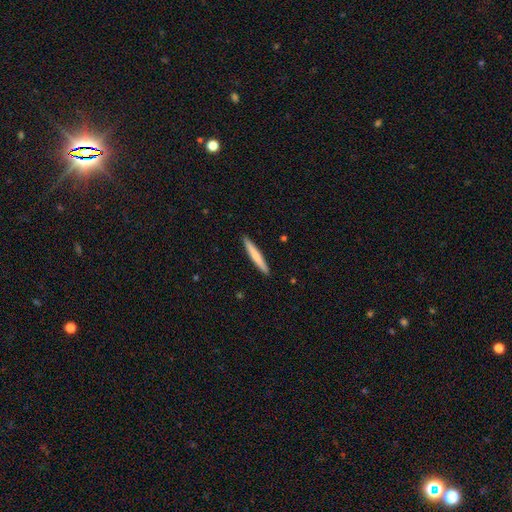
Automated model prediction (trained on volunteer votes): smooth_or_featured: smooth (p=0.71) [alt: featured or disk p=0.24]
how_rounded: cigar-shaped (p=0.96) [alt: in between p=0.03]
merging: none (p=0.92) [alt: minor disturbance p=0.06]